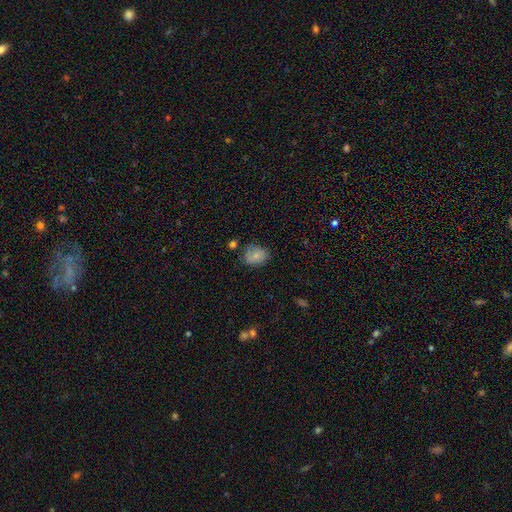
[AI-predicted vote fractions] This appears to be a smooth galaxy with no disk features (70%) that is in between round and cigar-shaped (54%). Merging: none (63%).